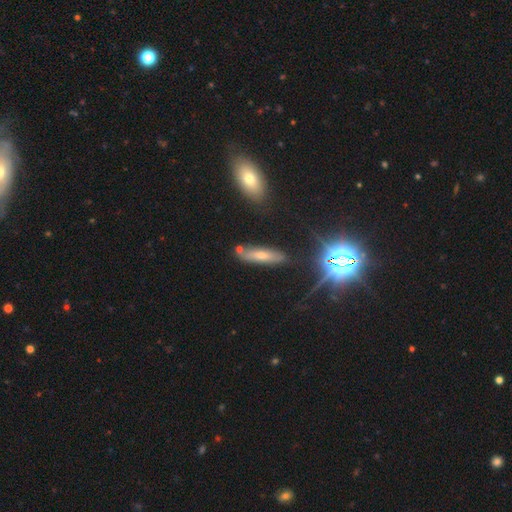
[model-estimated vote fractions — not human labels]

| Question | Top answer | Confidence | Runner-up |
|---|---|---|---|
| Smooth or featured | smooth | 44% | featured or disk (33%) |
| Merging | none | 78% | minor disturbance (14%) |